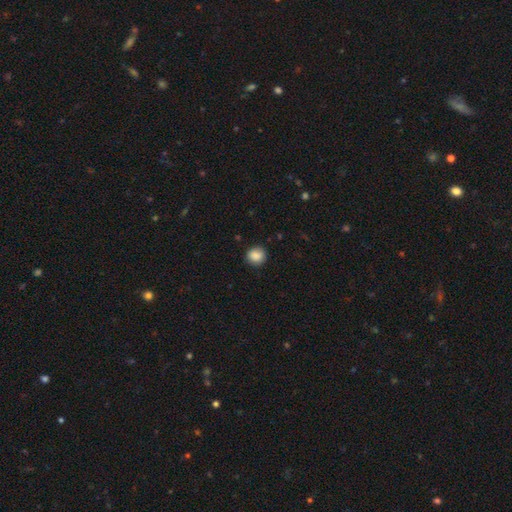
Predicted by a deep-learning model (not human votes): This appears to be a smooth galaxy with no disk features (88%) that is round (86%). Merging: none (87%).